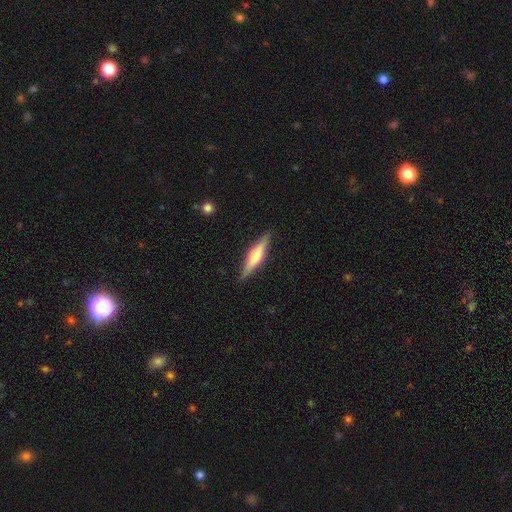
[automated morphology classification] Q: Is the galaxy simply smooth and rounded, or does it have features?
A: featured or disk — 58%.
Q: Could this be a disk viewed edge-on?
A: yes — 96%.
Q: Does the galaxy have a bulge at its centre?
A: rounded — 80%.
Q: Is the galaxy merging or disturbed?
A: none — 89%.